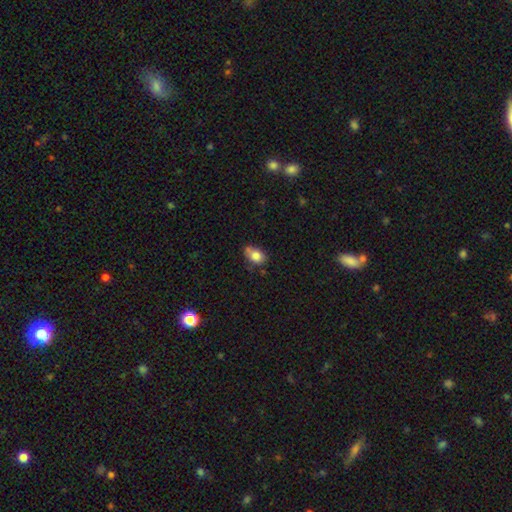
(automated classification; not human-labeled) This is likely a smooth galaxy (80%). How rounded: likely in between (73%). Merging: possibly none (49%).